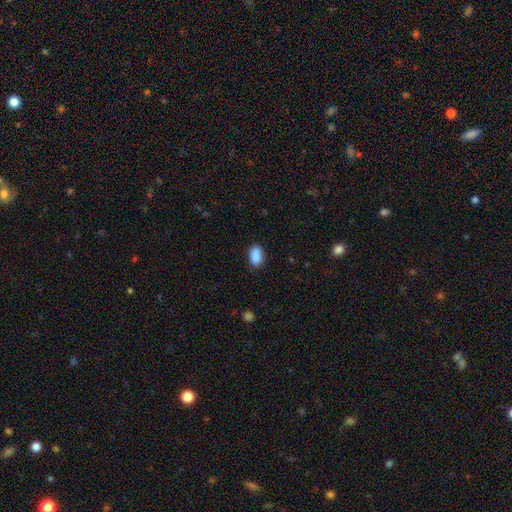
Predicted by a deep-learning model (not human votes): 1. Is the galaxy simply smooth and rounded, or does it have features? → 90% smooth, 7% star or artifact, 3% featured or disk.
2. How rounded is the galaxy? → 92% in between, 5% round, 3% cigar-shaped.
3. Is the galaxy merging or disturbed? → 87% none, 10% minor disturbance, 2% major disturbance, 1% merger.